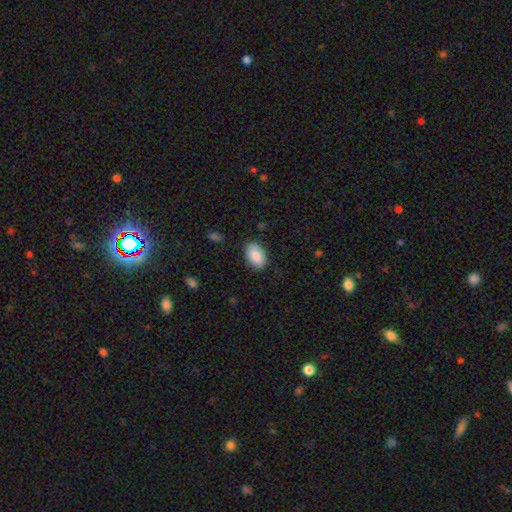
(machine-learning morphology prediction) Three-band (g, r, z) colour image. It shows a smooth galaxy with no disk features (88%) that is in between round and cigar-shaped (91%). Merging: none (85%).